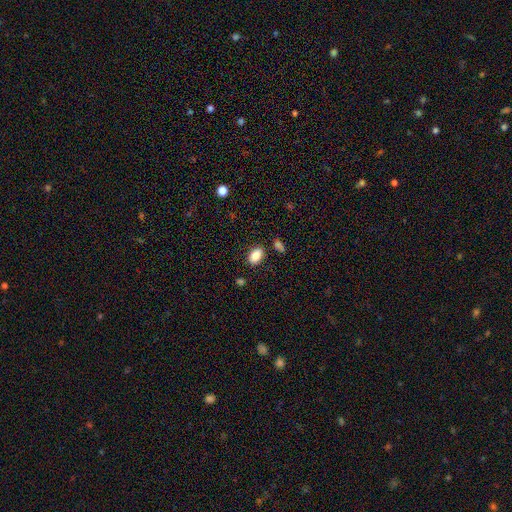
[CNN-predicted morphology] smooth 86%, star or artifact 8%, featured or disk 5%. Down the decision tree: how rounded — in between (89%); merging — none (82%).